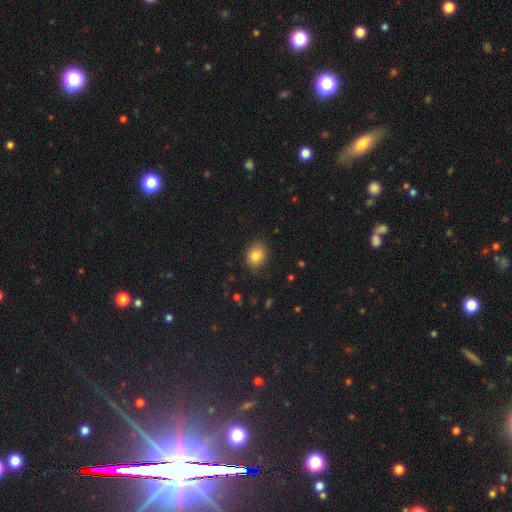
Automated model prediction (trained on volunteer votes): Morphology: type=smooth (82%); roundness=round (58%); merging=none (83%).